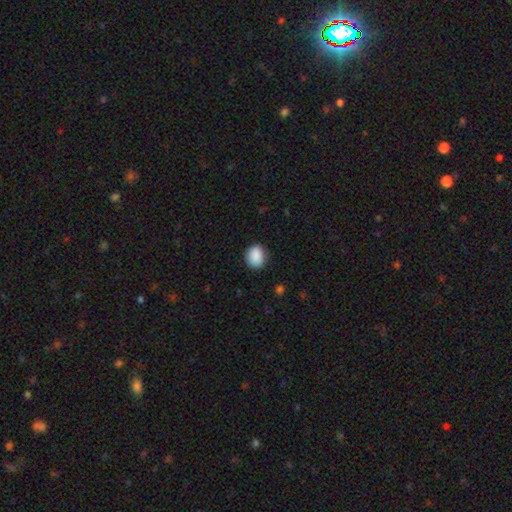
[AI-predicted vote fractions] Smooth or featured? Predicted: smooth (p=0.90). How rounded? Predicted: round (p=0.58). Merging? Predicted: none (p=0.86).